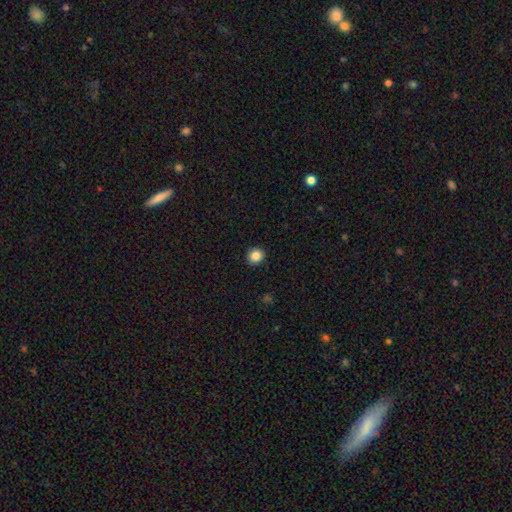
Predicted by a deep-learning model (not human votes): A smooth galaxy with no disk features (86%) that is round (85%). Merging: none (91%).